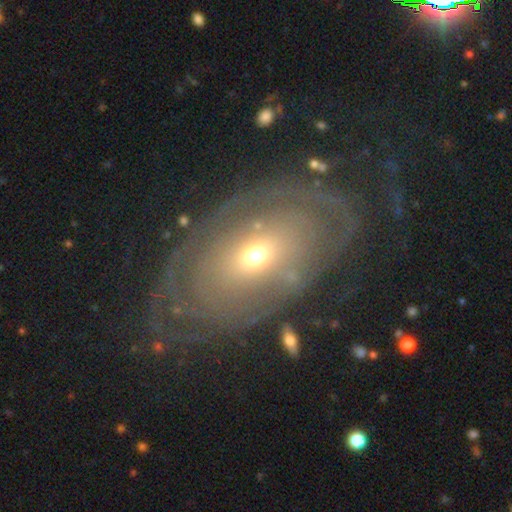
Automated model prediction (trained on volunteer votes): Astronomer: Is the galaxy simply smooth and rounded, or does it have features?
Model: featured or disk — 74%.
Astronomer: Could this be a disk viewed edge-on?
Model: no — 93%.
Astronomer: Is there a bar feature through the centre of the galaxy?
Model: no — 79%.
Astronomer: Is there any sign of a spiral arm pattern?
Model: yes — 66%.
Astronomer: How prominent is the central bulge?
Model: small — 53% (runner-up: moderate, 41%).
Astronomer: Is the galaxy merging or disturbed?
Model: none — 67%.